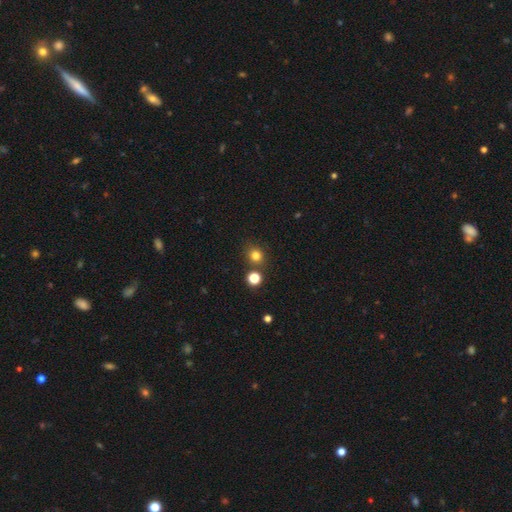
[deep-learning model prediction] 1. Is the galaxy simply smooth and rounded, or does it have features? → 79% smooth, 15% star or artifact, 5% featured or disk.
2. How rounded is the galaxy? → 79% round, 20% in between, 1% cigar-shaped.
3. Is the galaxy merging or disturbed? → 78% none, 10% merger, 9% minor disturbance, 3% major disturbance.